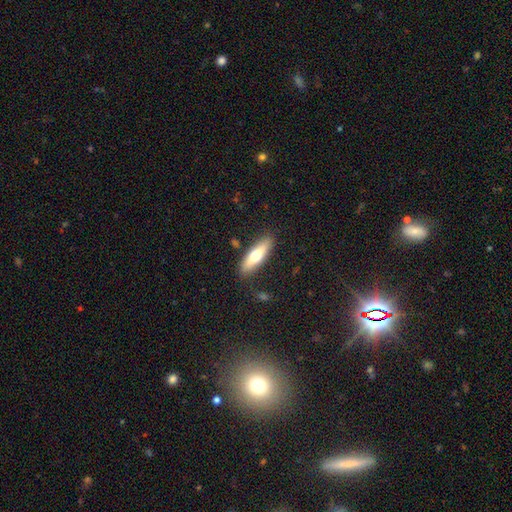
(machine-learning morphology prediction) A smooth galaxy with no disk features (63%) that is cigar-shaped (58%). Merging: none (85%).